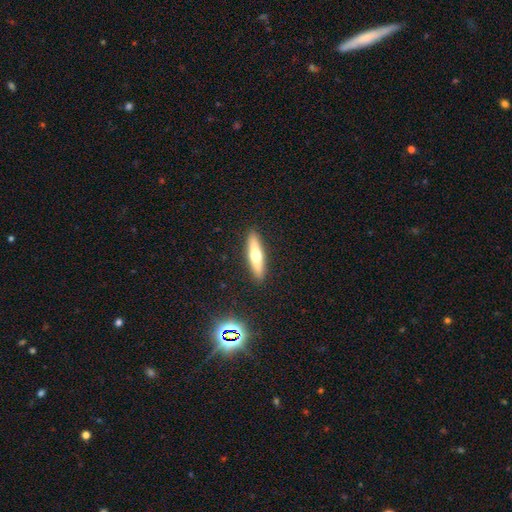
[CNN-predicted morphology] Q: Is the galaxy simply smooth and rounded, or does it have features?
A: smooth — 51%.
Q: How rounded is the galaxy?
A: cigar-shaped — 78%.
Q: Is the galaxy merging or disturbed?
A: none — 91%.